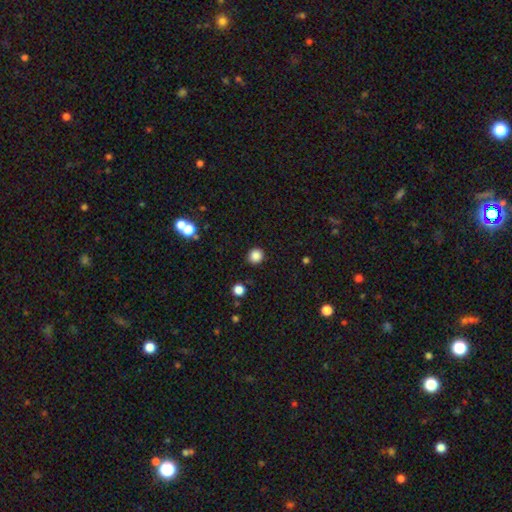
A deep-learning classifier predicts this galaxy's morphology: smooth 86%, star or artifact 11%, featured or disk 3%. Down the decision tree: how rounded — round (91%); merging — none (91%).